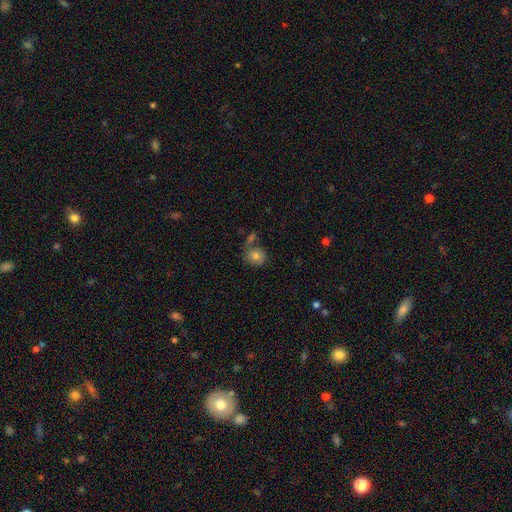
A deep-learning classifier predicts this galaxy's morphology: A smooth galaxy with no disk features (79%) that is round (83%). Merging: none (63%).